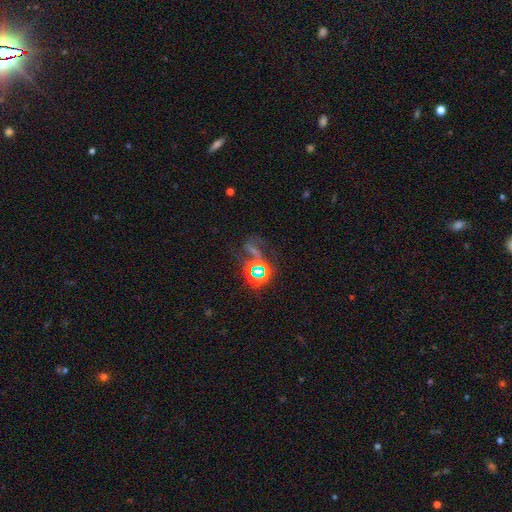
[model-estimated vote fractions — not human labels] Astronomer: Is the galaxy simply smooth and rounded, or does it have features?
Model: star or artifact — 54%.